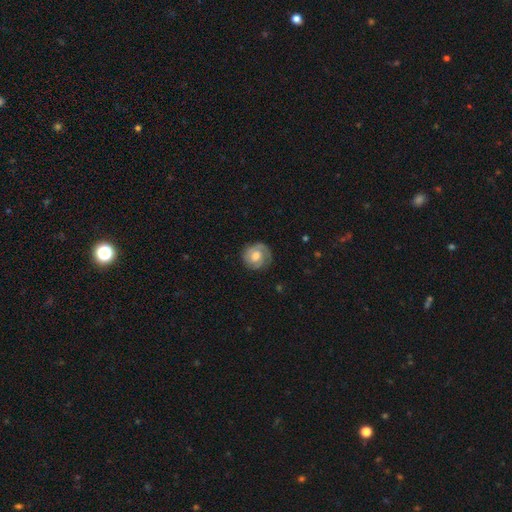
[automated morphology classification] Q: Smooth or featured?
A: featured or disk (58%); runner-up: smooth (35%)
Q: Edge-on disk?
A: no (97%); runner-up: yes (3%)
Q: Bar?
A: no (63%); runner-up: weak (31%)
Q: Spiral arms?
A: yes (83%); runner-up: no (17%)
Q: Bulge size?
A: moderate (58%); runner-up: large (25%)
Q: Merging?
A: none (74%); runner-up: minor disturbance (18%)